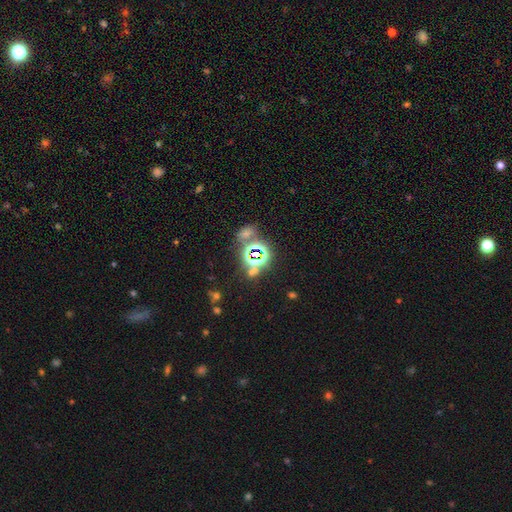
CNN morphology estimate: Smooth or featured? star or artifact (70%)